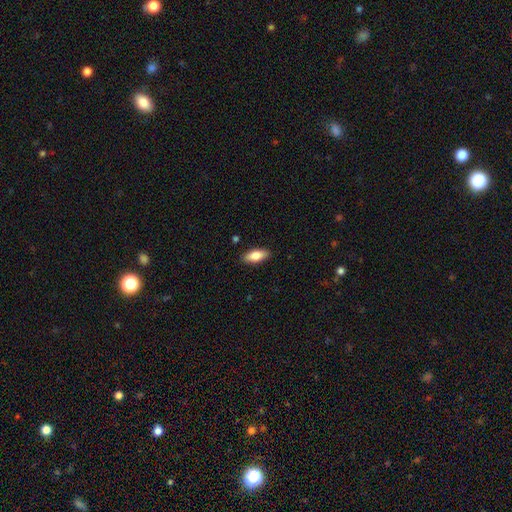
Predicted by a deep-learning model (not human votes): This appears to be a smooth galaxy with no disk features (81%) that is in between round and cigar-shaped (82%). Merging: none (88%).